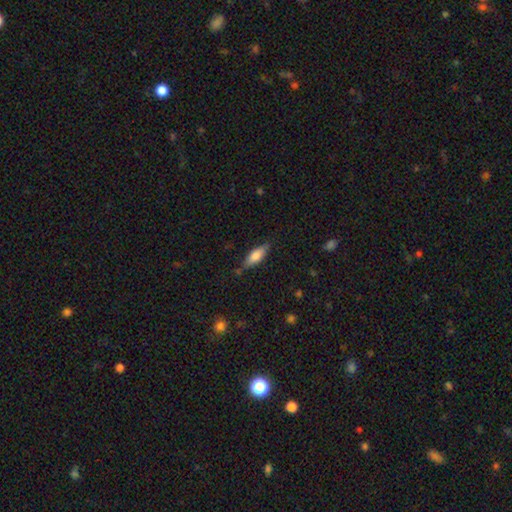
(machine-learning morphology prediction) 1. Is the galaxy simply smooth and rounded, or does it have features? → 69% smooth, 24% featured or disk, 7% star or artifact.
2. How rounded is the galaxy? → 58% in between, 39% cigar-shaped, 2% round.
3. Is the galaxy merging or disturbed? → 76% none, 17% minor disturbance, 4% major disturbance, 3% merger.